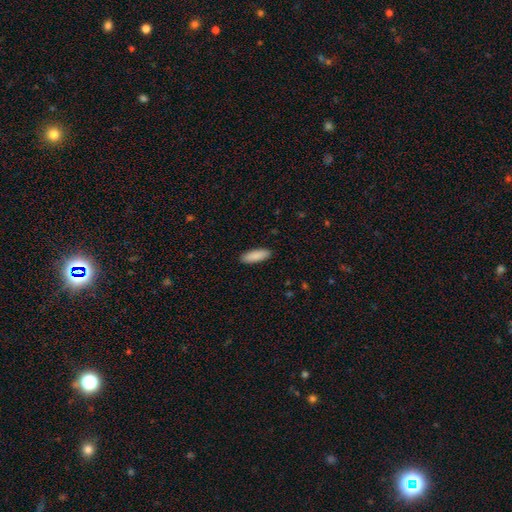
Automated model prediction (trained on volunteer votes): Morphology: type=smooth (90%); roundness=in between (61%); merging=none (90%).